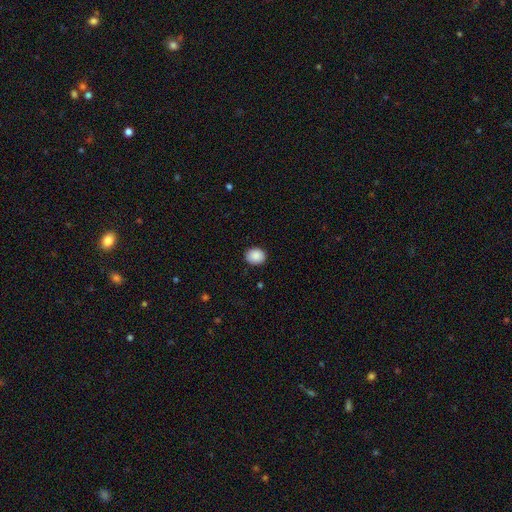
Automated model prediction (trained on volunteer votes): A smooth galaxy with no disk features (89%) that is round (63%). Merging: none (89%).